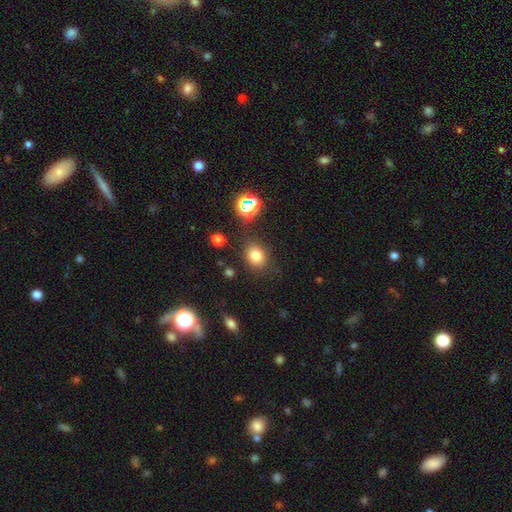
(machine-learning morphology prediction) This appears to be a smooth galaxy with no disk features (78%) that is round (55%). Merging: none (80%).